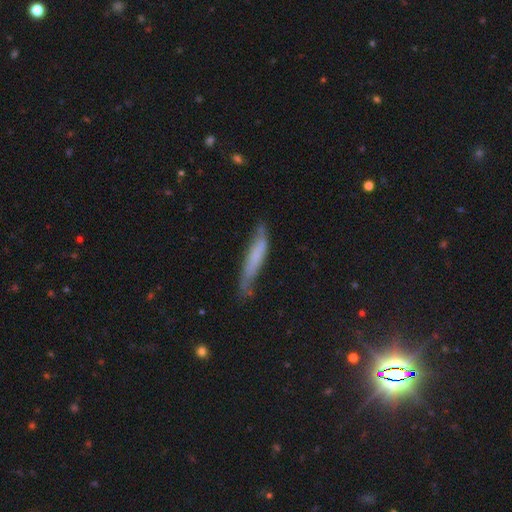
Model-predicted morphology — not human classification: A smooth galaxy with no disk features (57%) that is cigar-shaped (89%).

Vote fractions:
- Smooth or featured? smooth: 57% / featured or disk: 35% / star or artifact: 8%
- How rounded? cigar-shaped: 89% / in between: 9% / round: 2%
- Merging? none: 51% / minor disturbance: 34% / major disturbance: 11% / merger: 3%